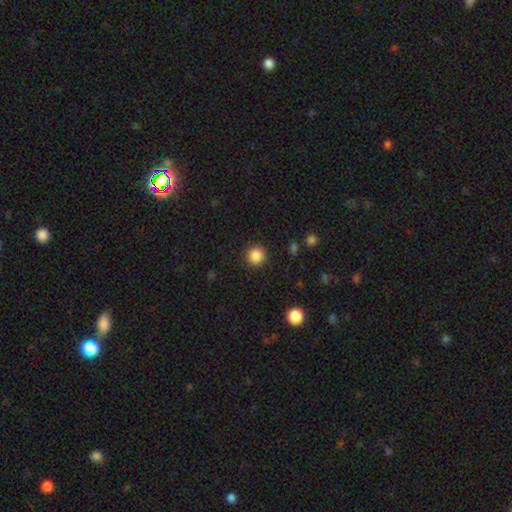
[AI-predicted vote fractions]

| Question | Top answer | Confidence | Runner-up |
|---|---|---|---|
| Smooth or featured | smooth | 86% | star or artifact (10%) |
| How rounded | round | 94% | in between (5%) |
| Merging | none | 92% | minor disturbance (5%) |